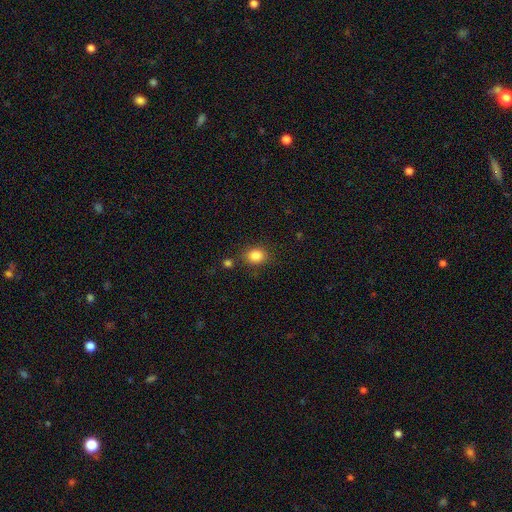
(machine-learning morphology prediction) smooth 85%, star or artifact 10%, featured or disk 5%. Down the decision tree: how rounded — round (55%); merging — none (78%).